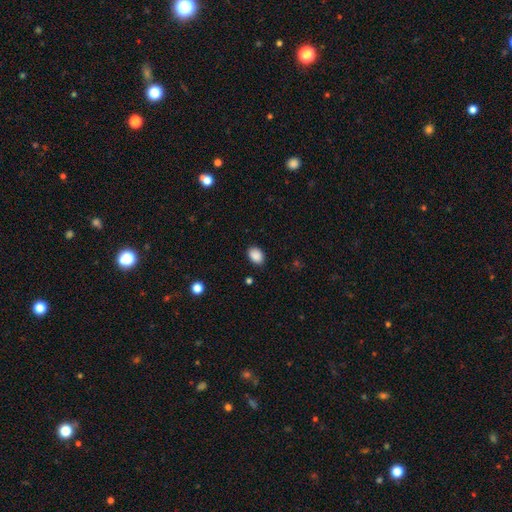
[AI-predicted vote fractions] Smooth or featured? Predicted: smooth (p=0.89). How rounded? Predicted: in between (p=0.76). Merging? Predicted: none (p=0.86).